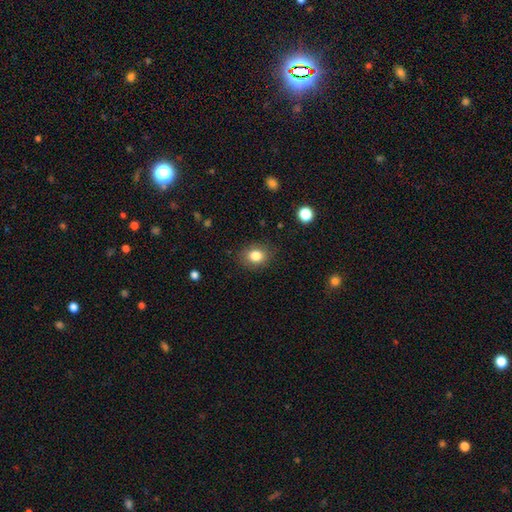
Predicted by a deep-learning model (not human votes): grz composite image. It shows a smooth galaxy with no disk features (83%) that is round (50%). Merging: none (85%).